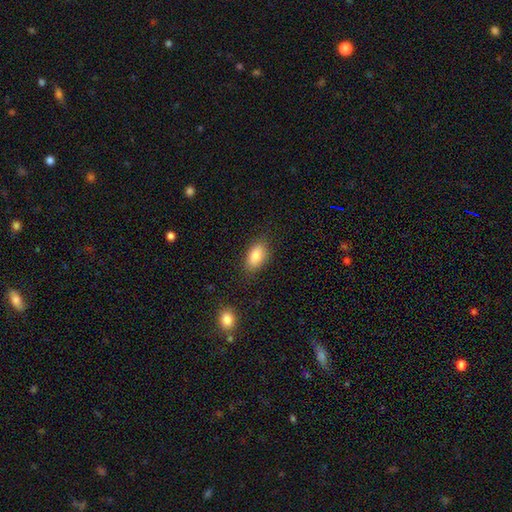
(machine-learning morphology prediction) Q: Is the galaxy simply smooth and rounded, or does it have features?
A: smooth — 84%.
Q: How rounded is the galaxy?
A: in between — 90%.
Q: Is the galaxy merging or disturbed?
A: none — 82%.